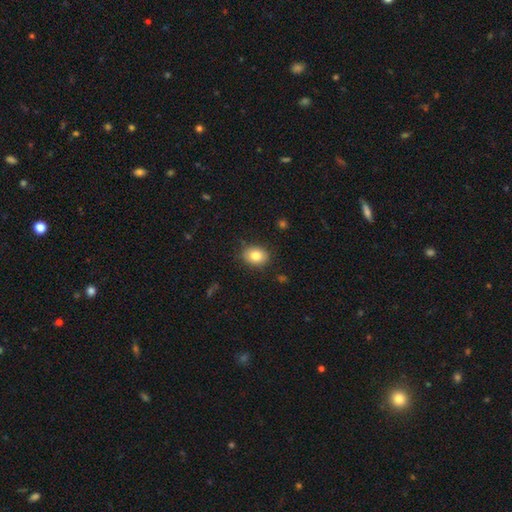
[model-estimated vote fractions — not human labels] Smooth or featured? Predicted: smooth (p=0.81). How rounded? Predicted: in between (p=0.56). Merging? Predicted: none (p=0.84).